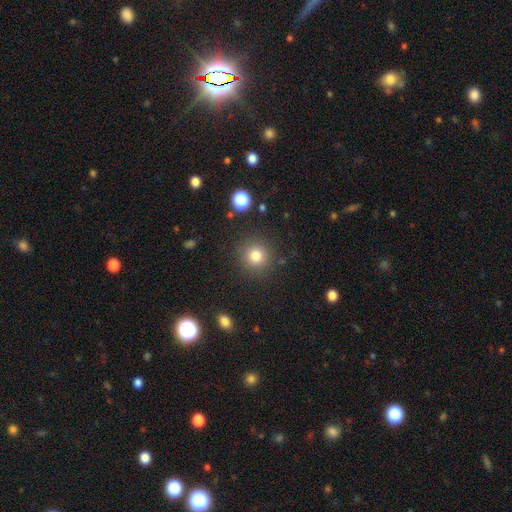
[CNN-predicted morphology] Q: Smooth or featured?
A: smooth (79%); runner-up: star or artifact (14%)
Q: How rounded?
A: round (93%); runner-up: in between (6%)
Q: Merging?
A: none (88%); runner-up: minor disturbance (7%)